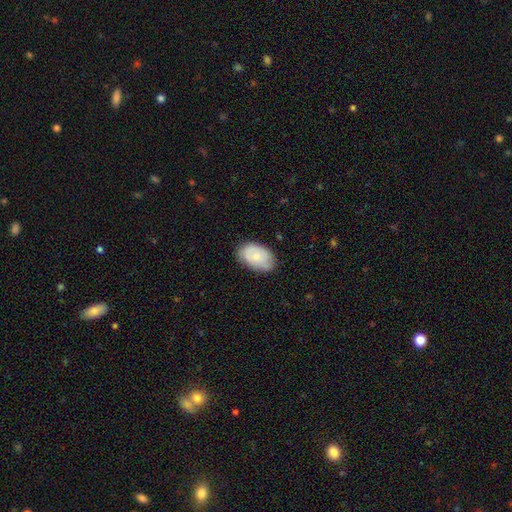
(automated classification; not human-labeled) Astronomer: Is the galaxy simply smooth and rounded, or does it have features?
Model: smooth — 69%.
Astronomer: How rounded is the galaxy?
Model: in between — 90%.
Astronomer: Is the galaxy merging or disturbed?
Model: none — 76%.